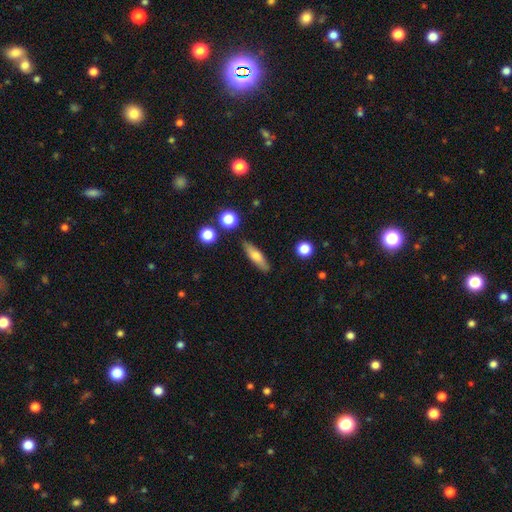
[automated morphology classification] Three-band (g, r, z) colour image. It shows a smooth galaxy with no disk features (66%) that is cigar-shaped (64%). Merging: none (85%).